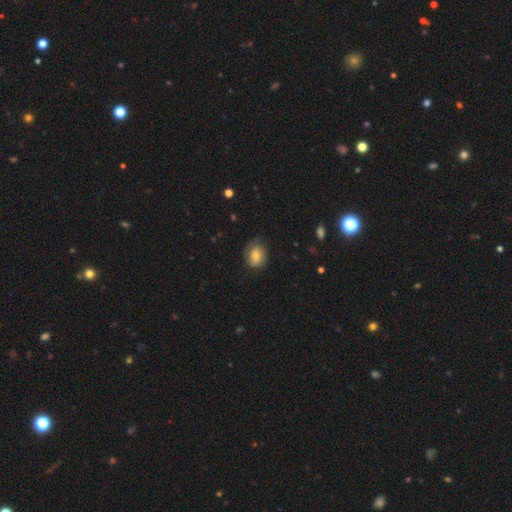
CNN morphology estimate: A smooth galaxy with no disk features (58%) that is in between round and cigar-shaped (57%).

Vote fractions:
- Smooth or featured? smooth: 58% / featured or disk: 34% / star or artifact: 8%
- How rounded? in between: 57% / round: 42% / cigar-shaped: 1%
- Merging? none: 68% / minor disturbance: 23% / major disturbance: 8% / merger: 1%